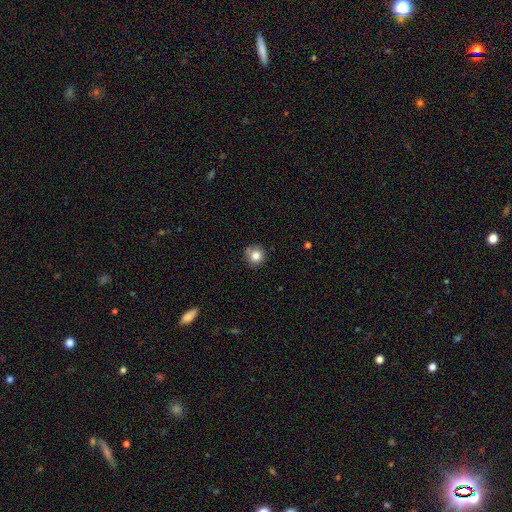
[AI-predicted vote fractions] smooth-or-featured: smooth: 82% | star or artifact: 11% | featured or disk: 8%
  how-rounded: round: 93% | in between: 6% | cigar-shaped: 1%
  merging: none: 83% | minor disturbance: 12% | merger: 3% | major disturbance: 2%